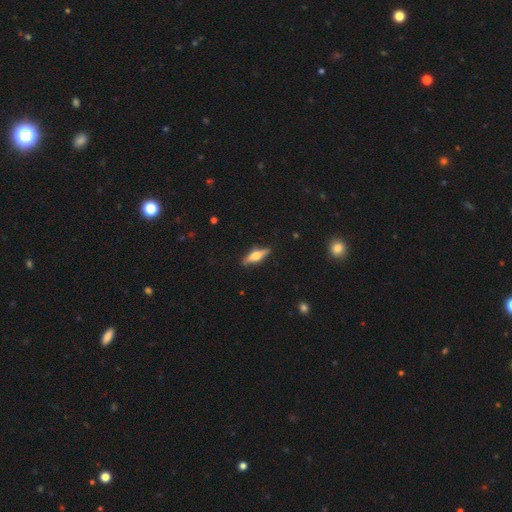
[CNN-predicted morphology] smooth_or_featured: featured or disk (p=0.58) [alt: smooth p=0.36]
disk_edge_on: yes (p=0.95) [alt: no p=0.05]
edge_on_bulge: rounded (p=0.88) [alt: boxy p=0.10]
merging: none (p=0.87) [alt: minor disturbance p=0.10]